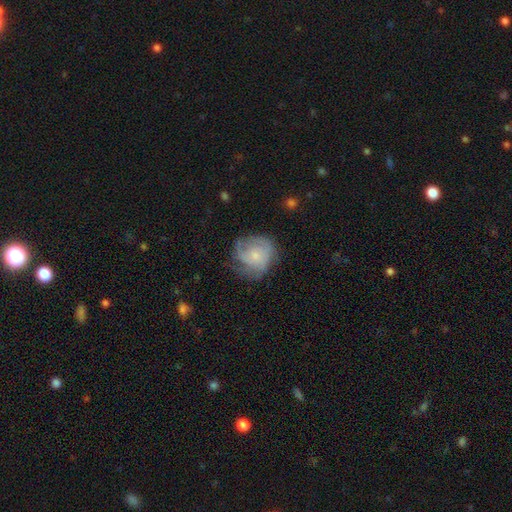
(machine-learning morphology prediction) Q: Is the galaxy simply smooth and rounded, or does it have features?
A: featured or disk — 50%.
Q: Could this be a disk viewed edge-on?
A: no — 98%.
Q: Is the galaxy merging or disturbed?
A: none — 51%.